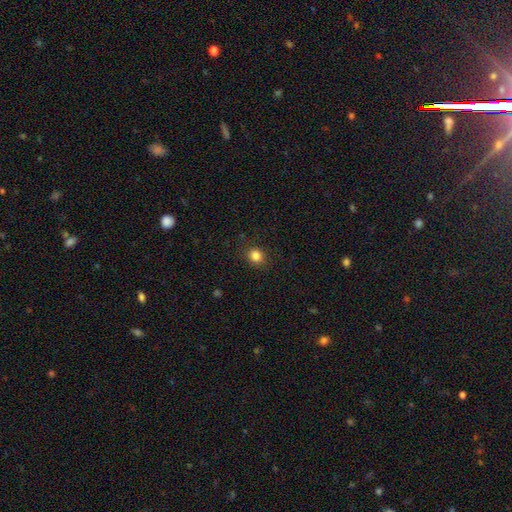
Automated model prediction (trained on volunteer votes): The model was most divided on "how rounded": round: 79%, in between: 20%, cigar-shaped: 1%. More confident: merging — none (88%); smooth or featured — smooth (84%).